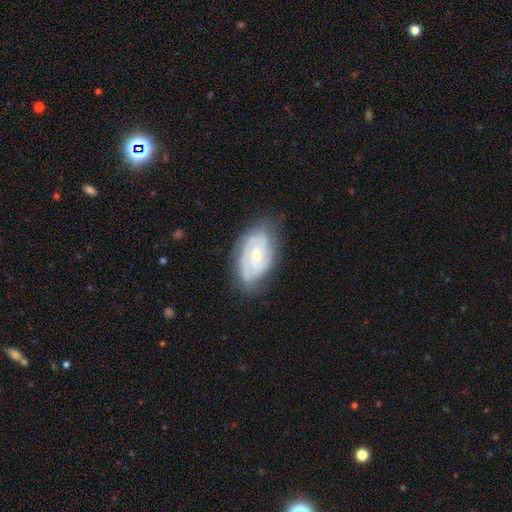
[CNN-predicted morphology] This appears to be a featured or disk galaxy (77%) with no bar (55%), 2 (48%) tight (65%) spiral arms (92%) and a small central bulge (59%). Merging: none (73%).